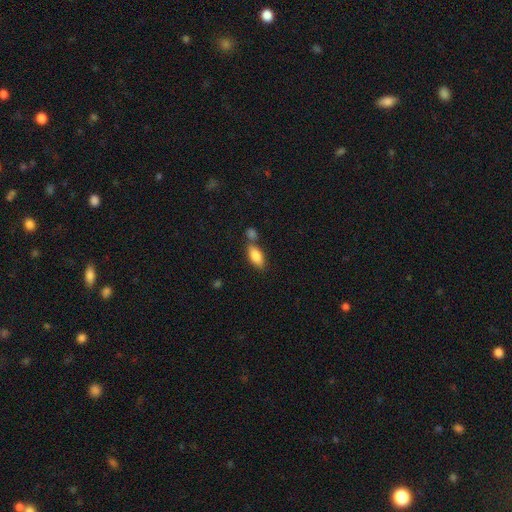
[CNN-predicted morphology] type=smooth (82%); roundness=in between (84%); merging=none (61%).